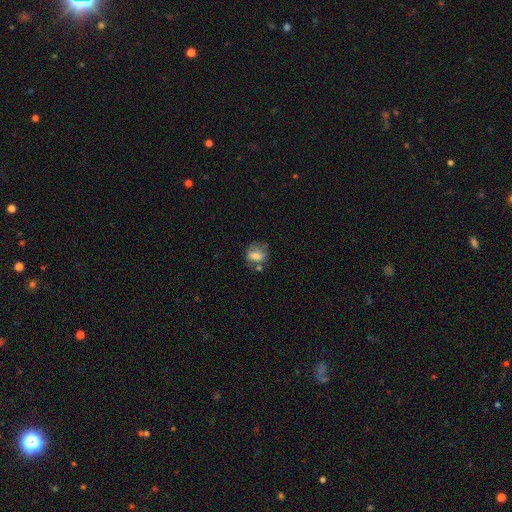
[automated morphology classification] A smooth galaxy with no disk features (67%) that is in between round and cigar-shaped (50%). Merging: none (50%).